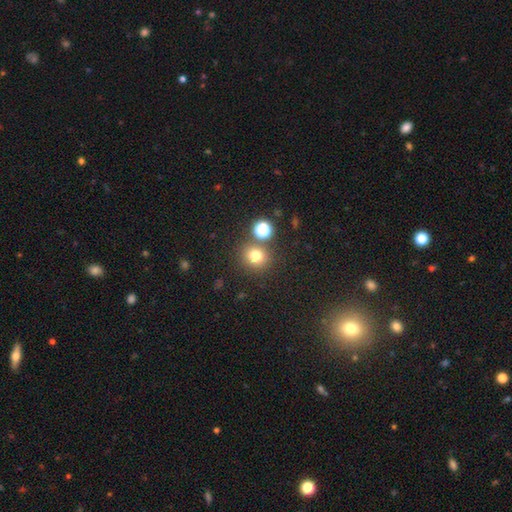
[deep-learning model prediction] Overall: smooth (75%). How rounded: round (87%). Merging: none (77%).